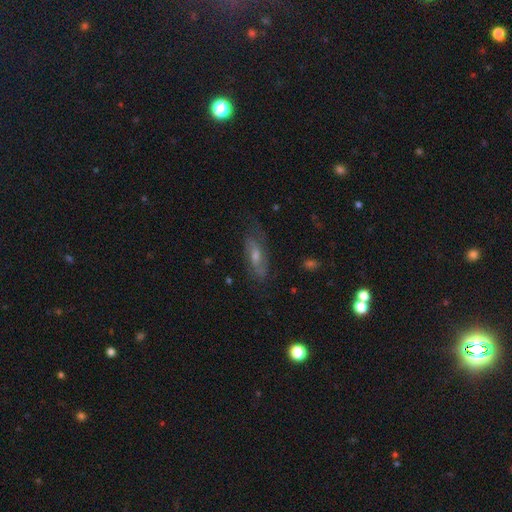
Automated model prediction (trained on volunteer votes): Overall: featured or disk (63%; smooth 26%). Edge-on disk: no (76%). Merging: none (72%).